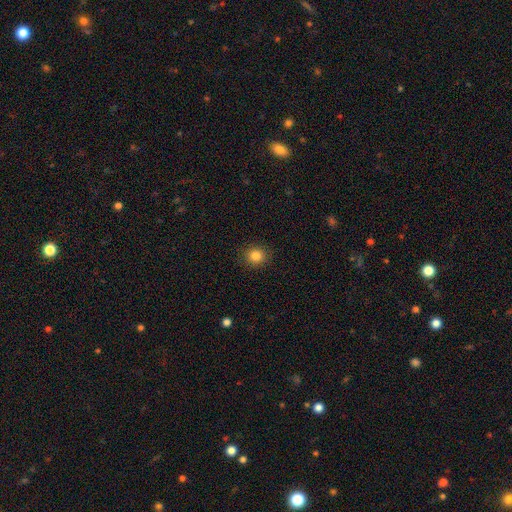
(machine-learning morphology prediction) smooth 84%, star or artifact 11%, featured or disk 5%. Down the decision tree: how rounded — round (85%); merging — none (91%).